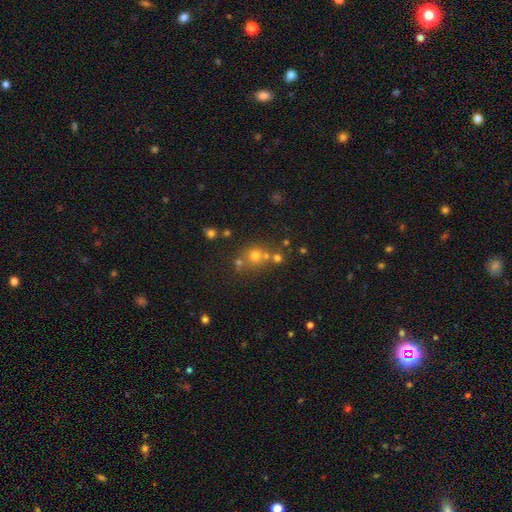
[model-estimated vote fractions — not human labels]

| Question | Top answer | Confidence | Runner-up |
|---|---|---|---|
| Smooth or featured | smooth | 58% | star or artifact (28%) |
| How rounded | round | 87% | in between (12%) |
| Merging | none | 61% | merger (27%) |